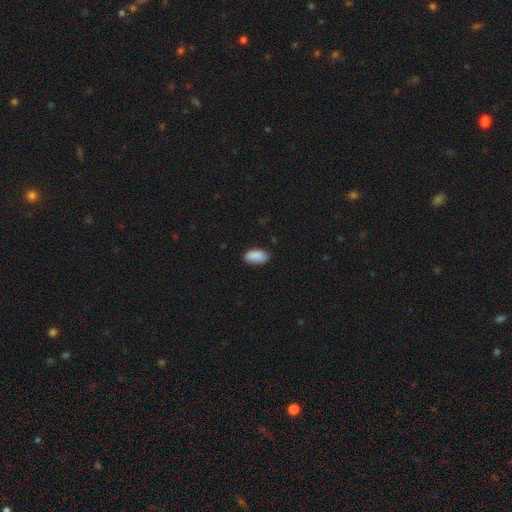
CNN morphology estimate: A smooth galaxy with no disk features (89%) that is in between round and cigar-shaped (94%). Merging: none (81%).